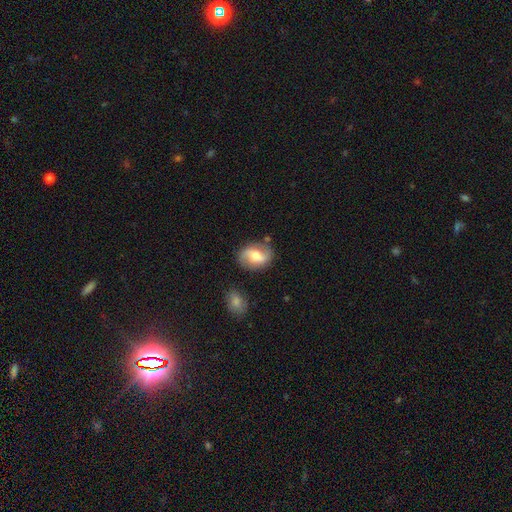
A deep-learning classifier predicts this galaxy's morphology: Smooth or featured? featured or disk (63%)
Edge-on disk? no (96%)
Bar? weak (43%)
Spiral arms? yes (87%)
Spiral winding? loose (59%)
Spiral arm count? 2 (90%)
Bulge size? moderate (64%)
Merging? none (76%)